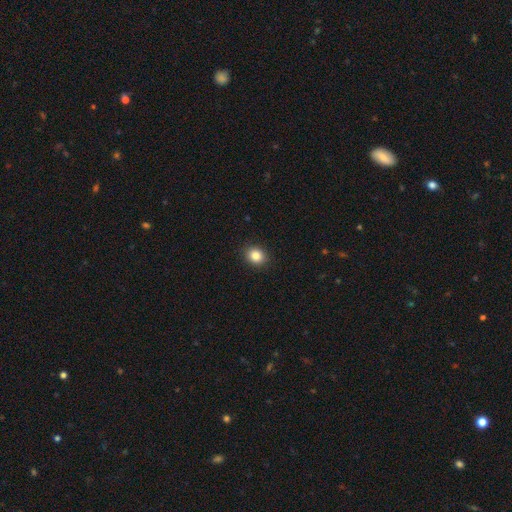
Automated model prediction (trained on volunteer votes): A smooth galaxy with no disk features (85%) that is round (66%). Merging: none (91%).